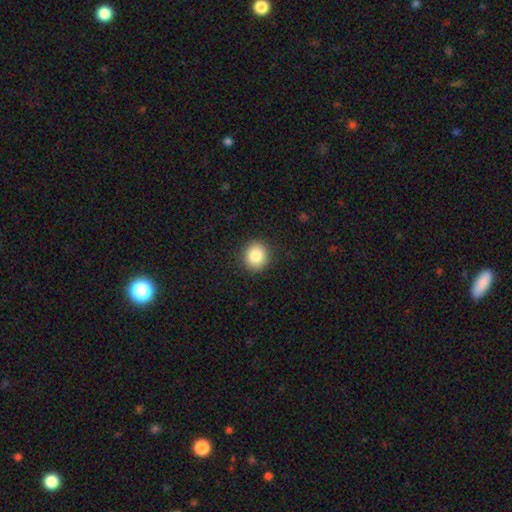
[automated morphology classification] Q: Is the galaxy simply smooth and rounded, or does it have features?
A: smooth — 85%.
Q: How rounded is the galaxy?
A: round — 84%.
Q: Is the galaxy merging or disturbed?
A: none — 91%.